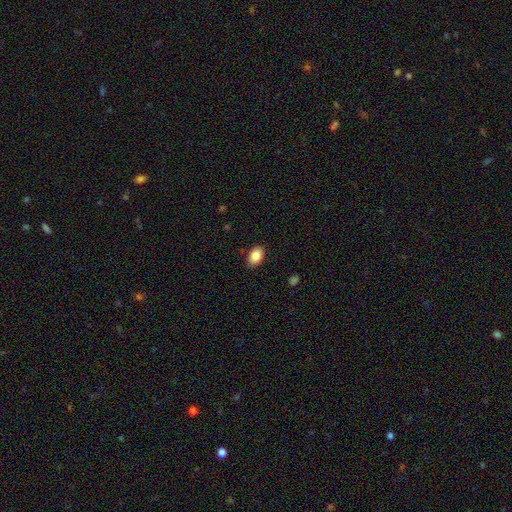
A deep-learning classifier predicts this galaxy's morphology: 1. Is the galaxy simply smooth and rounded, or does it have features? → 87% smooth, 8% star or artifact, 5% featured or disk.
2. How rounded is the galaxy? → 88% in between, 11% round, 1% cigar-shaped.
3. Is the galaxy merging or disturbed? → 86% none, 11% minor disturbance, 2% major disturbance, 1% merger.